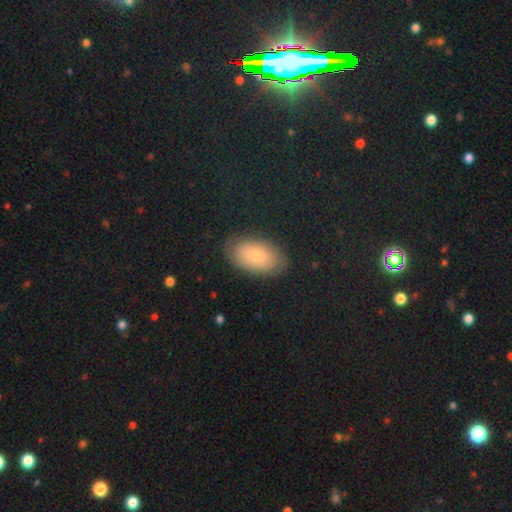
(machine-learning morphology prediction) smooth 67%, featured or disk 21%, star or artifact 11%. Down the decision tree: how rounded — in between (94%); merging — none (81%).